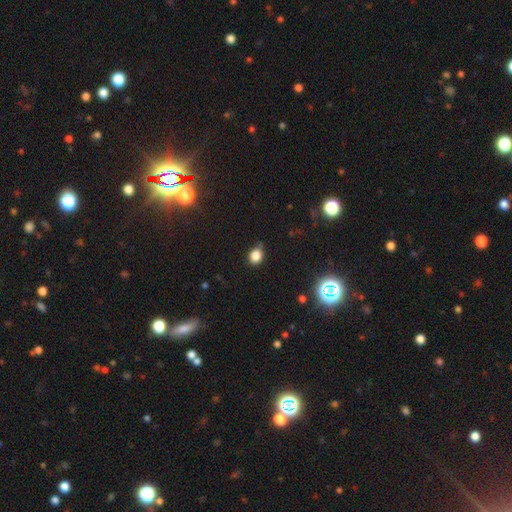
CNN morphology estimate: The model was most divided on "how rounded": in between: 51%, round: 48%, cigar-shaped: 1%. More confident: smooth or featured — smooth (82%); merging — none (66%).